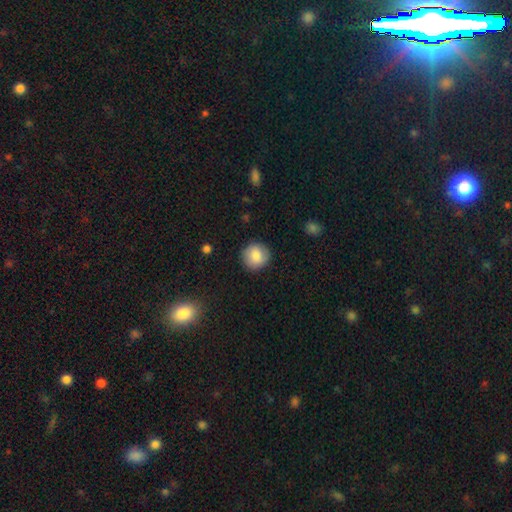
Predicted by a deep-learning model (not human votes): smooth 84%, featured or disk 9%, star or artifact 8%. Down the decision tree: how rounded — round (91%); merging — none (89%).